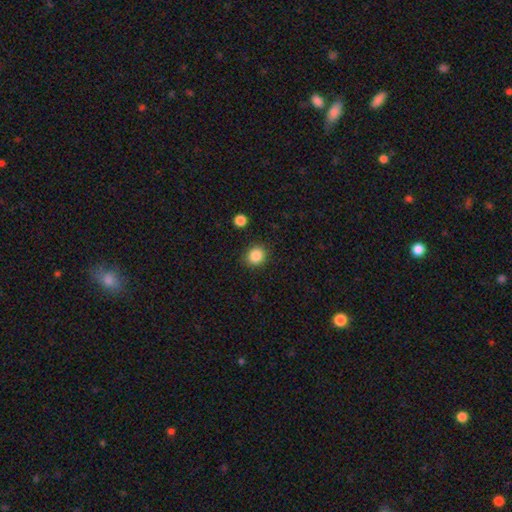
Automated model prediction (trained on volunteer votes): Overall: smooth (86%). How rounded: round (83%). Merging: none (88%).